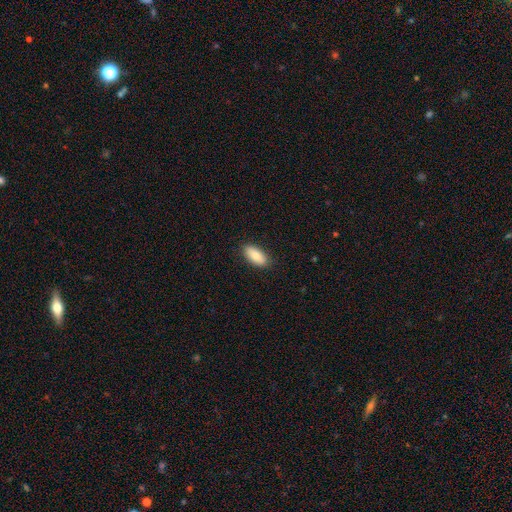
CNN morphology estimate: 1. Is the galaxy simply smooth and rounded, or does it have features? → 81% smooth, 12% featured or disk, 6% star or artifact.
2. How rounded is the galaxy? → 89% in between, 9% cigar-shaped, 2% round.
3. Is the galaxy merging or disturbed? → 88% none, 9% minor disturbance, 2% major disturbance, 1% merger.